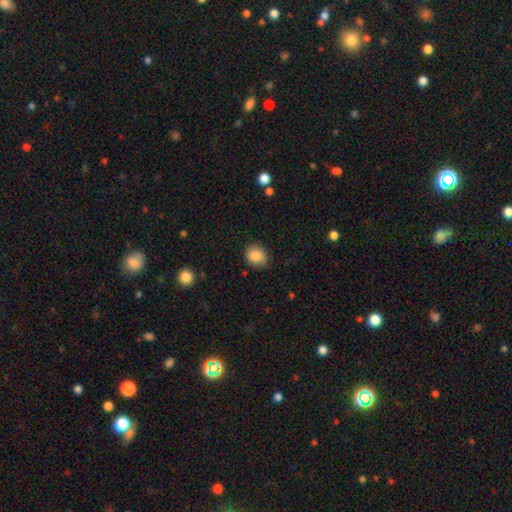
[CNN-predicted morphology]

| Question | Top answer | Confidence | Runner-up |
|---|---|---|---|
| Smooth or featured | smooth | 84% | star or artifact (8%) |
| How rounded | round | 65% | in between (35%) |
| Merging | none | 78% | minor disturbance (18%) |